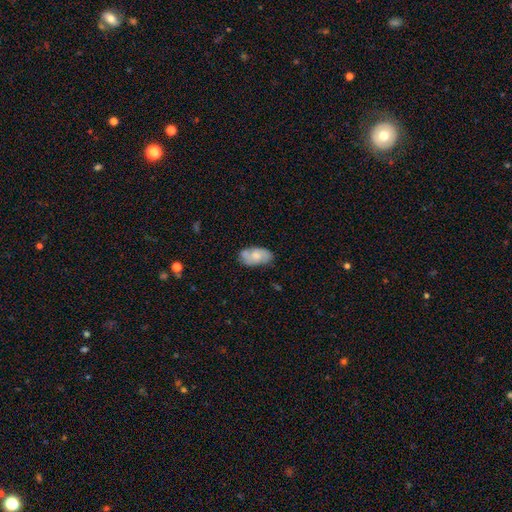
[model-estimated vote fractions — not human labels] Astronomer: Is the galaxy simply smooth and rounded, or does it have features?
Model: smooth — 55% (runner-up: featured or disk, 38%).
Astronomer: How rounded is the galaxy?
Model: in between — 93%.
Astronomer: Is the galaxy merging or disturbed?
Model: none — 67%.